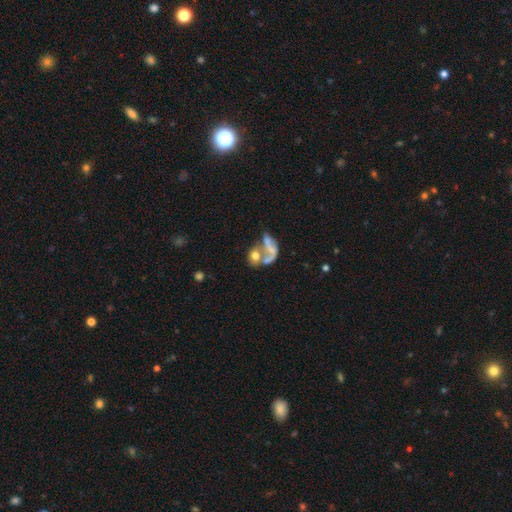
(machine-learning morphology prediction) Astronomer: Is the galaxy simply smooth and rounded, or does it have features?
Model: smooth — 49% (runner-up: featured or disk, 40%).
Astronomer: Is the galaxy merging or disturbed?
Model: merger — 57%.